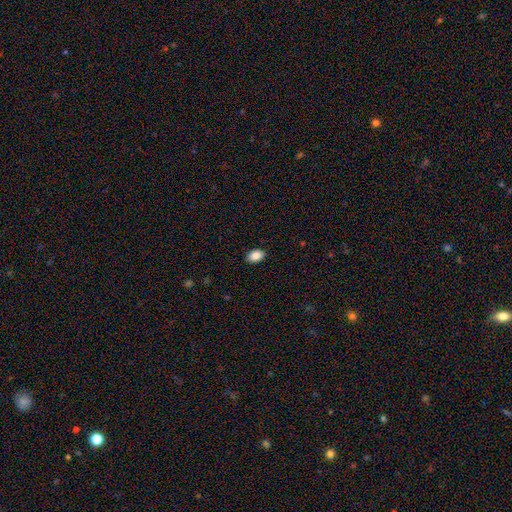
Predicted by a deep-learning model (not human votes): Morphology: type=smooth (88%); roundness=in between (89%); merging=none (89%).